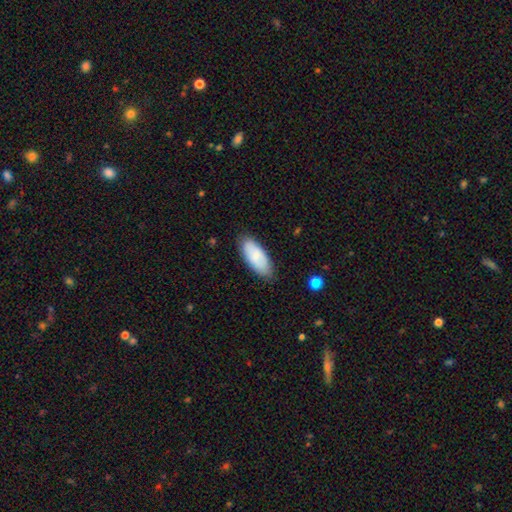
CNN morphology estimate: Overall: smooth (75%). How rounded: in between (86%). Merging: none (83%).